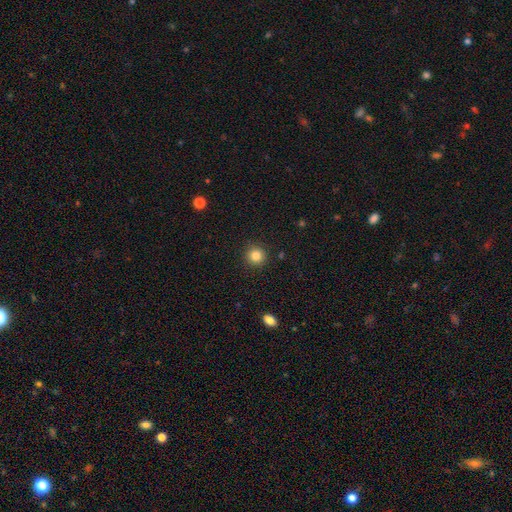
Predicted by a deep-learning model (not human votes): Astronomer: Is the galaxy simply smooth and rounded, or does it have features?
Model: smooth — 84%.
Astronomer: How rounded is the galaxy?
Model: round — 94%.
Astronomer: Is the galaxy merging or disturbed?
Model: none — 91%.